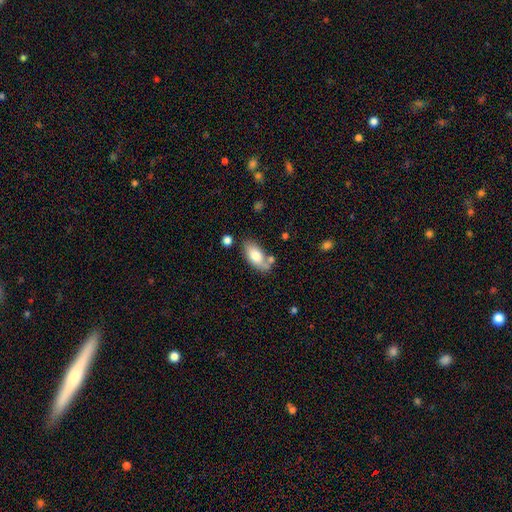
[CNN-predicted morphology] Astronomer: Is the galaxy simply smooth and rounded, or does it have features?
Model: smooth — 75%.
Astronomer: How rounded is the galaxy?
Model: in between — 90%.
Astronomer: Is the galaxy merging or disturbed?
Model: none — 65%.